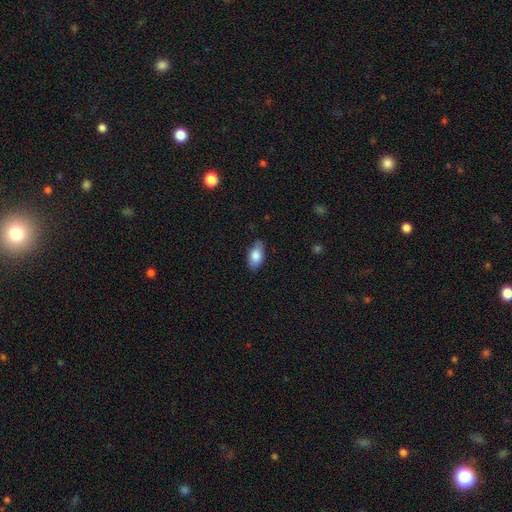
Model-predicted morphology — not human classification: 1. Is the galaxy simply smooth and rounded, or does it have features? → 82% smooth, 11% featured or disk, 6% star or artifact.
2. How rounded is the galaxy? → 92% in between, 4% cigar-shaped, 4% round.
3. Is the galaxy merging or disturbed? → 80% none, 16% minor disturbance, 3% major disturbance, 1% merger.